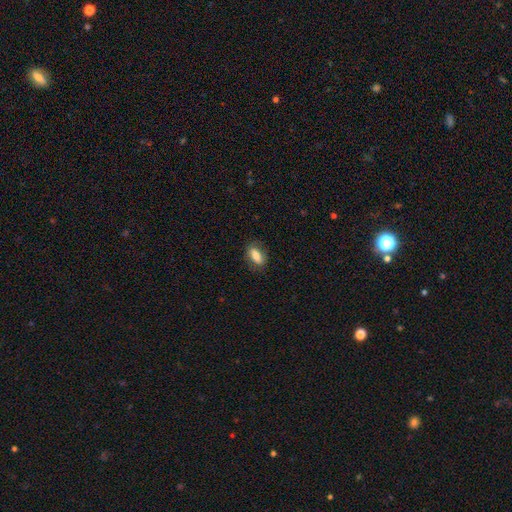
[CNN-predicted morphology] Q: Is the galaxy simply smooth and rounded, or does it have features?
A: smooth — 76%.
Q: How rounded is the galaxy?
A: in between — 83%.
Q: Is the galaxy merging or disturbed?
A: none — 80%.